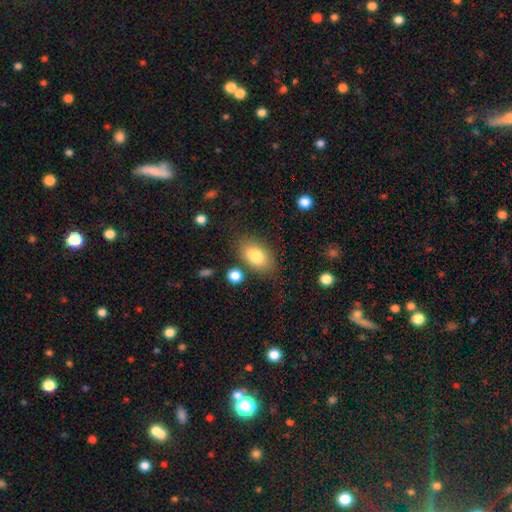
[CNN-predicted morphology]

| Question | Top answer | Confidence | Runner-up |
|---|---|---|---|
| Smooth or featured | smooth | 81% | featured or disk (11%) |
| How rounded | in between | 90% | round (8%) |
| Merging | none | 77% | minor disturbance (14%) |